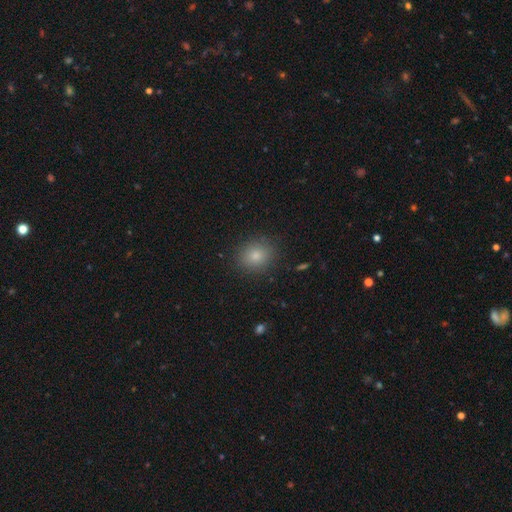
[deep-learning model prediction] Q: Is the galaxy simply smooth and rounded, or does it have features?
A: smooth — 81%.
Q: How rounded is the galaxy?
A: round — 73%.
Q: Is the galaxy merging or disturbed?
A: none — 87%.